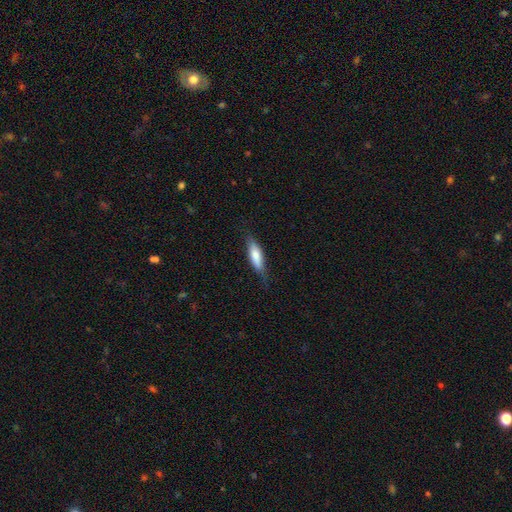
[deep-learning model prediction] A smooth galaxy with no disk features (69%) that is cigar-shaped (57%). Merging: none (71%).